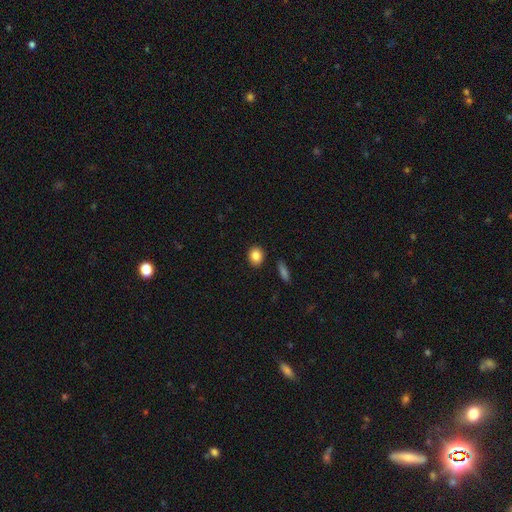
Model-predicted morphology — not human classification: Smooth or featured? Predicted: smooth (p=0.85). How rounded? Predicted: round (p=0.63). Merging? Predicted: none (p=0.90).